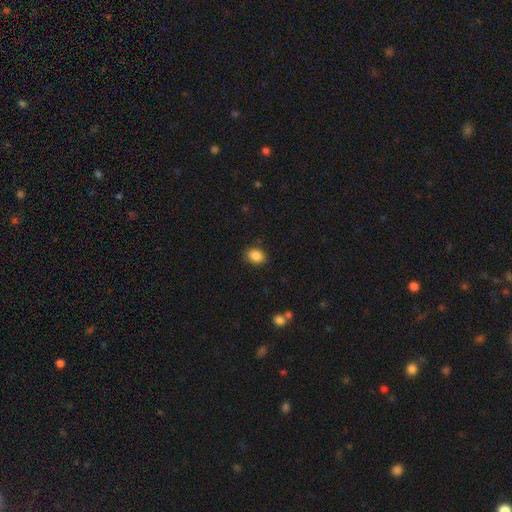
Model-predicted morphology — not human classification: Smooth or featured? smooth (87%)
How rounded? in between (61%)
Merging? none (86%)